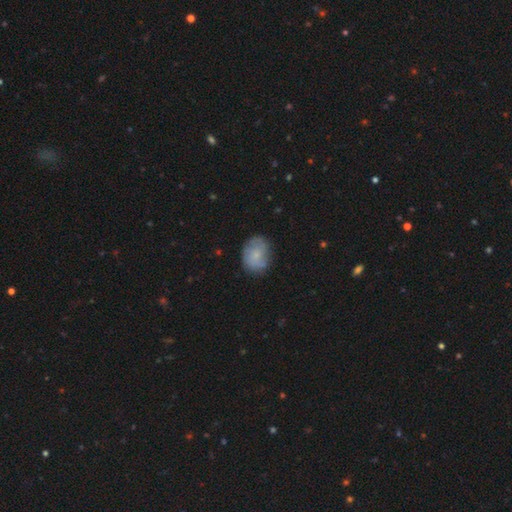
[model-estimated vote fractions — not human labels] A smooth galaxy with no disk features (56%) that is in between round and cigar-shaped (56%).

Vote fractions:
- Smooth or featured? smooth: 56% / featured or disk: 36% / star or artifact: 8%
- How rounded? in between: 56% / round: 43% / cigar-shaped: 1%
- Merging? none: 69% / minor disturbance: 22% / major disturbance: 7% / merger: 2%